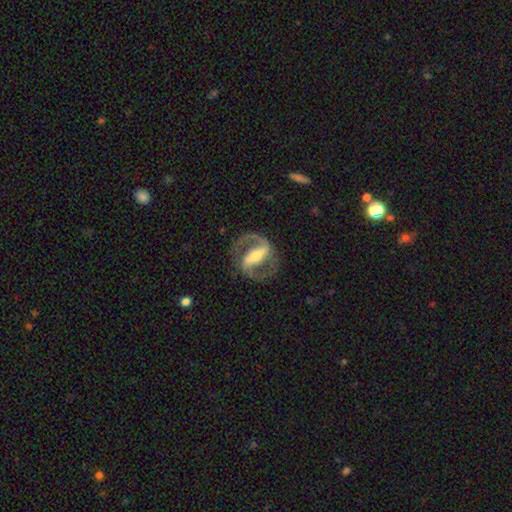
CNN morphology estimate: A featured or disk galaxy (89%) with a strong bar (77%), 2 (92%) medium (57%) spiral arms (93%) and a moderate central bulge (45%).

Vote fractions:
- Smooth or featured? featured or disk: 89% / smooth: 6% / star or artifact: 4%
- Edge-on disk? no: 95% / yes: 5%
- Bar? strong: 77% / weak: 16% / no: 7%
- Spiral arms? yes: 93% / no: 7%
- Spiral winding? medium: 57% / tight: 22% / loose: 21%
- Spiral arm count? 2: 92% / 1: 3% / can't tell: 3% / 3: 1% / 4: 1% / more than 4: 1%
- Bulge size? moderate: 45% / small: 40% / large: 9% / none: 4% / dominant: 2%
- Merging? none: 81% / minor disturbance: 10% / major disturbance: 7% / merger: 1%